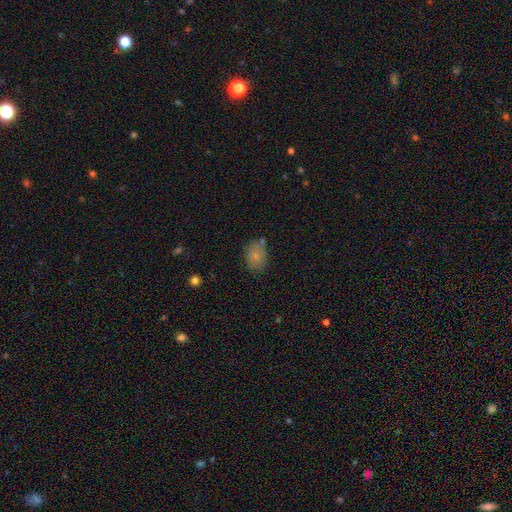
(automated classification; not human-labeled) This is likely a smooth galaxy (80%). How rounded: likely in between (71%). Merging: likely none (66%).